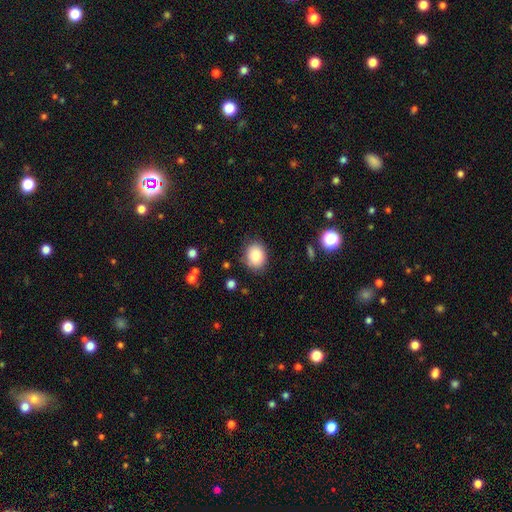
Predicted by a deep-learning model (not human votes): Smooth or featured? Predicted: smooth (p=0.87). How rounded? Predicted: in between (p=0.53). Merging? Predicted: none (p=0.83).